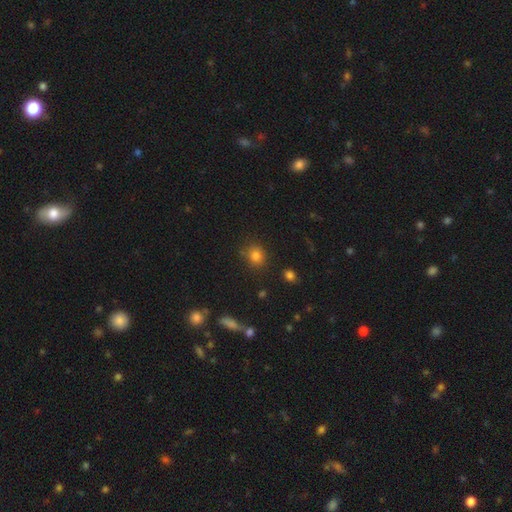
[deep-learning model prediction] This is clearly a smooth galaxy (81%). How rounded: likely round (78%). Merging: likely none (79%).